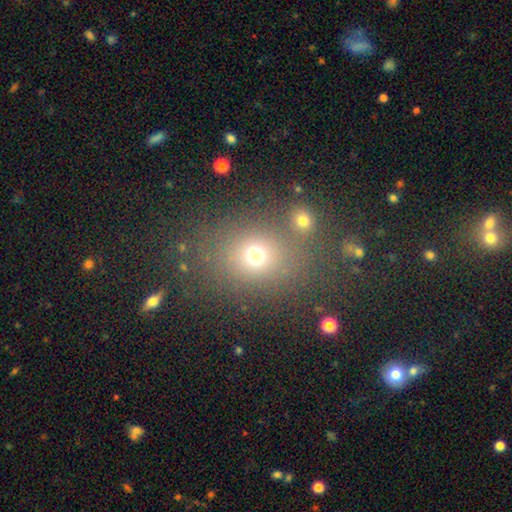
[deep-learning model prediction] Overall: smooth (68%). How rounded: round (61%; in between 37%). Merging: none (54%; merger 29%).